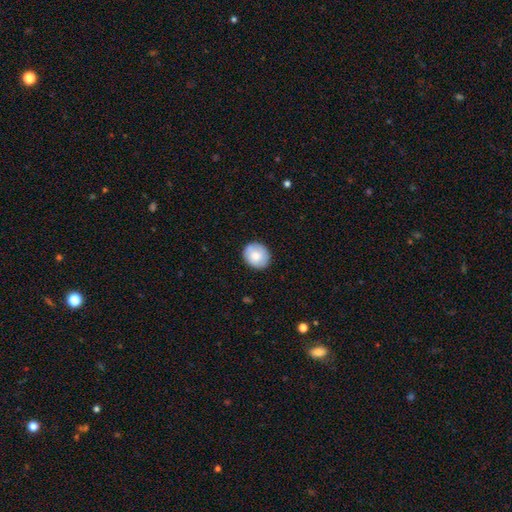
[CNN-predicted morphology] smooth_or_featured: smooth (p=0.77) [alt: featured or disk p=0.16]
how_rounded: round (p=0.77) [alt: in between p=0.22]
merging: none (p=0.85) [alt: minor disturbance p=0.12]